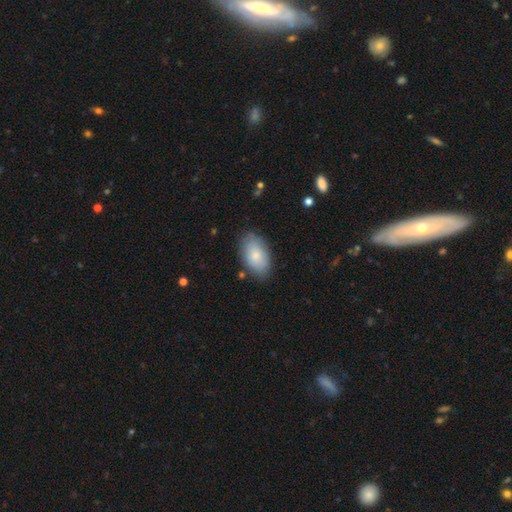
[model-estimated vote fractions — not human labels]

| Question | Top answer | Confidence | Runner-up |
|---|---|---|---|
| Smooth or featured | smooth | 80% | featured or disk (14%) |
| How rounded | in between | 93% | round (5%) |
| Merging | none | 81% | minor disturbance (14%) |